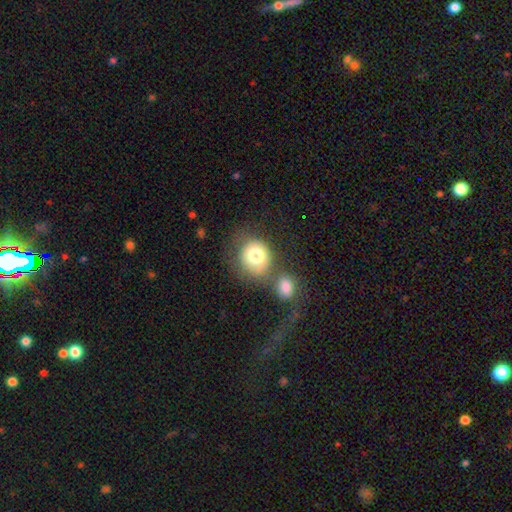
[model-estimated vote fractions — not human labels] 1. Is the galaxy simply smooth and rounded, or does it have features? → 77% smooth, 15% featured or disk, 9% star or artifact.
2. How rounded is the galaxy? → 80% round, 19% in between, 1% cigar-shaped.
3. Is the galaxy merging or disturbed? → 51% none, 26% merger, 15% minor disturbance, 8% major disturbance.